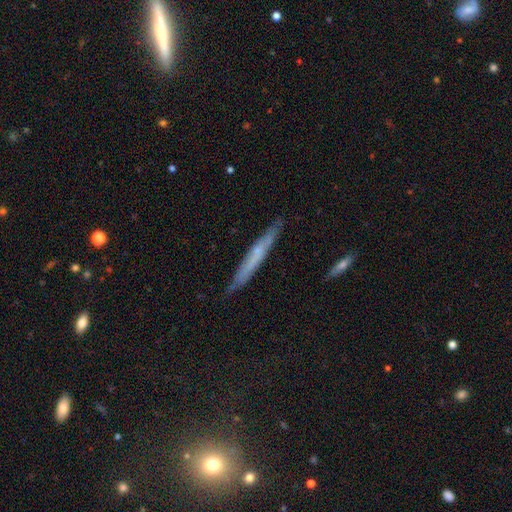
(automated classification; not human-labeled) A smooth galaxy with no disk features (46%, tied with featured or disk). Merging: none (84%).